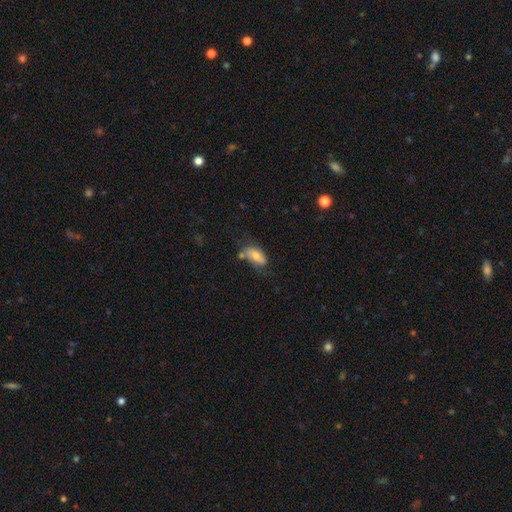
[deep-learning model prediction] Smooth or featured: smooth — 70% (featured or disk — 22%)
How rounded: in between — 91% (round — 5%)
Merging: none — 53% (minor disturbance — 26%)